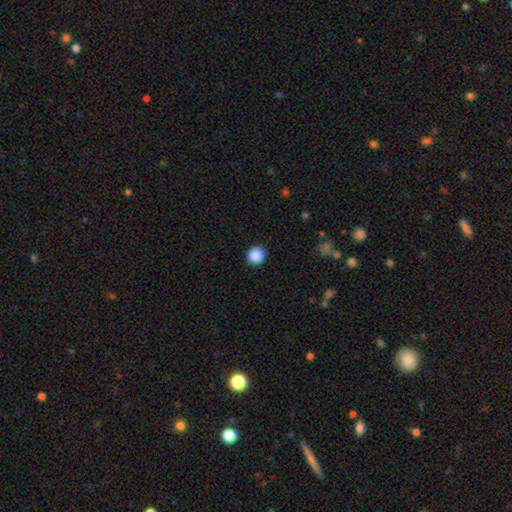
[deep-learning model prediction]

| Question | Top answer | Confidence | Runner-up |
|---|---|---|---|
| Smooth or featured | smooth | 88% | star or artifact (9%) |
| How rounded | round | 94% | in between (5%) |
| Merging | none | 91% | minor disturbance (6%) |